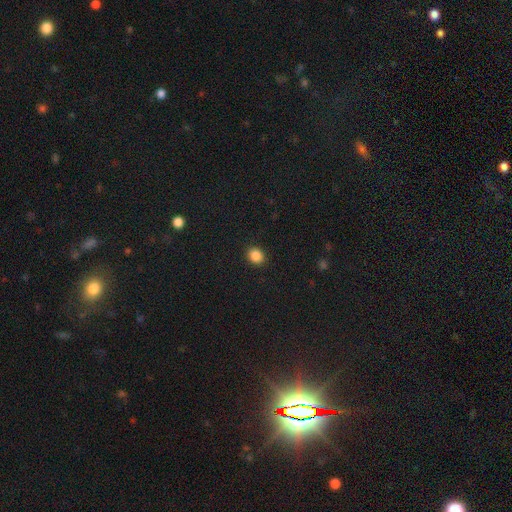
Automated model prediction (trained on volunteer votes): This appears to be a smooth galaxy with no disk features (86%) that is round (68%). Merging: none (91%).